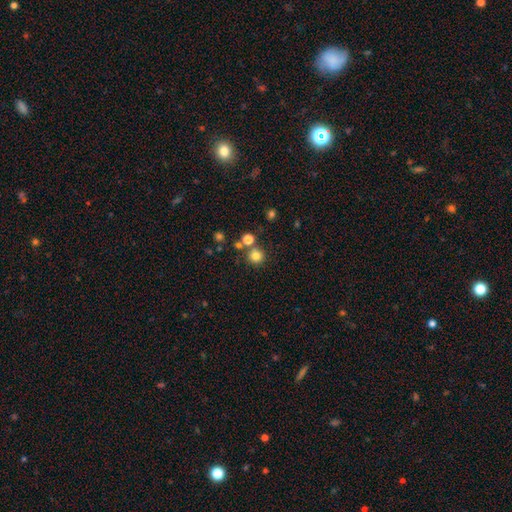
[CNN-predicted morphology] A smooth galaxy with no disk features (78%) that is round (93%). Merging: none (74%).